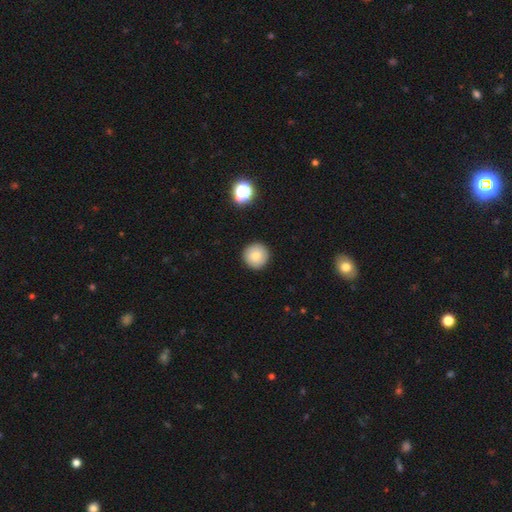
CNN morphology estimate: Smooth or featured: smooth — 79% (featured or disk — 11%)
How rounded: round — 96% (in between — 3%)
Merging: none — 92% (minor disturbance — 5%)